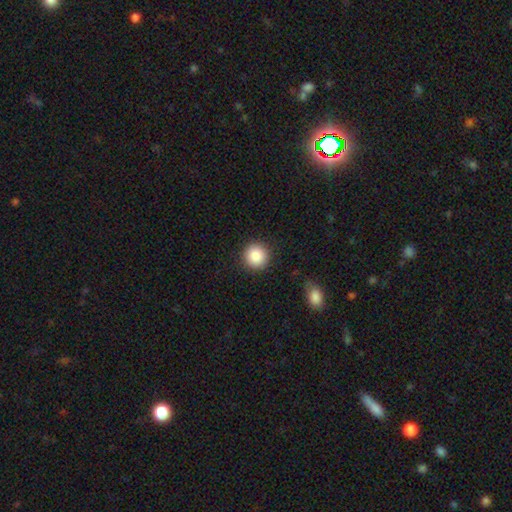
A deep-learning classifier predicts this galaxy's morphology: smooth_or_featured: smooth (p=0.87) [alt: star or artifact p=0.08]
how_rounded: round (p=0.94) [alt: in between p=0.05]
merging: none (p=0.90) [alt: minor disturbance p=0.06]